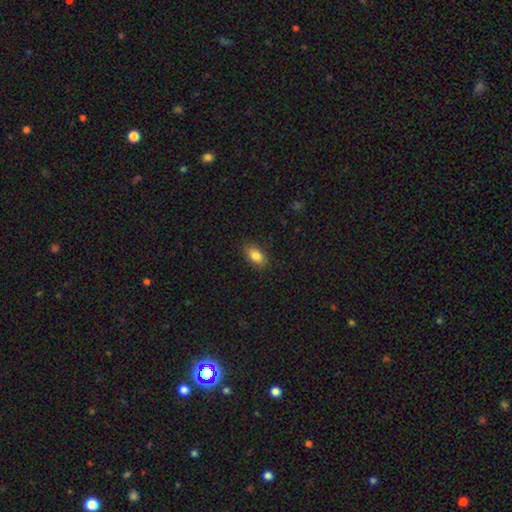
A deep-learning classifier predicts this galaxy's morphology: smooth_or_featured: smooth (p=0.84) [alt: featured or disk p=0.08]
how_rounded: in between (p=0.89) [alt: round p=0.07]
merging: none (p=0.86) [alt: minor disturbance p=0.11]